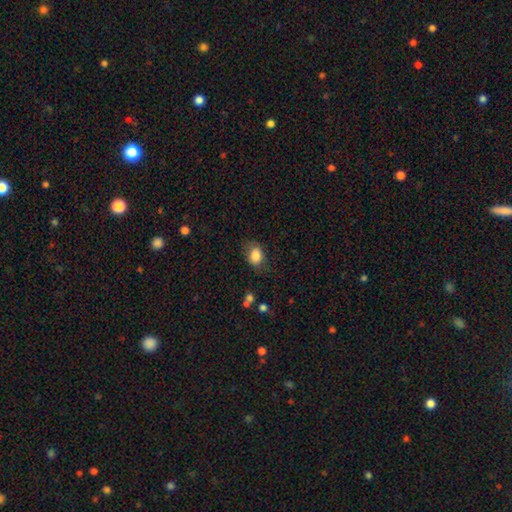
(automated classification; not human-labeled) smooth 84%, star or artifact 9%, featured or disk 8%. Down the decision tree: how rounded — in between (63%); merging — none (67%).